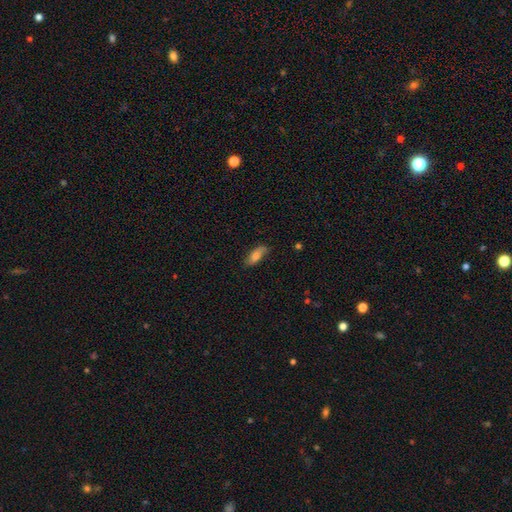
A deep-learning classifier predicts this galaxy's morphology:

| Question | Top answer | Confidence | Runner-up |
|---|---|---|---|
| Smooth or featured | smooth | 72% | featured or disk (21%) |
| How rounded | in between | 75% | cigar-shaped (22%) |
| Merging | none | 74% | minor disturbance (21%) |